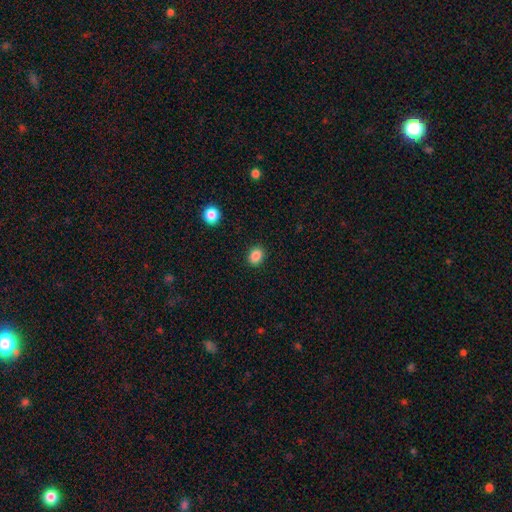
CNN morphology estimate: Smooth or featured?
  - smooth: 87% *
  - star or artifact: 10%
  - featured or disk: 3%
How rounded?
  - round: 53% *
  - in between: 47%
  - cigar-shaped: 1%
Merging?
  - none: 90% *
  - minor disturbance: 7%
  - major disturbance: 2%
  - merger: 1%